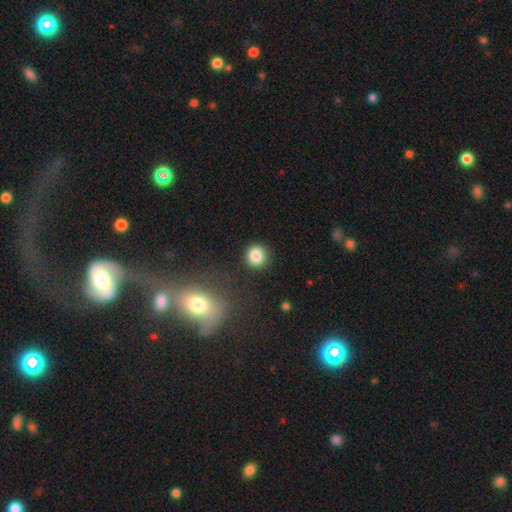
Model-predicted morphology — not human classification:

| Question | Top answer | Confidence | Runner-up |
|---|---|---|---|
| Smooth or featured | smooth | 85% | star or artifact (11%) |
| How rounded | round | 90% | in between (8%) |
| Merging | none | 89% | minor disturbance (6%) |